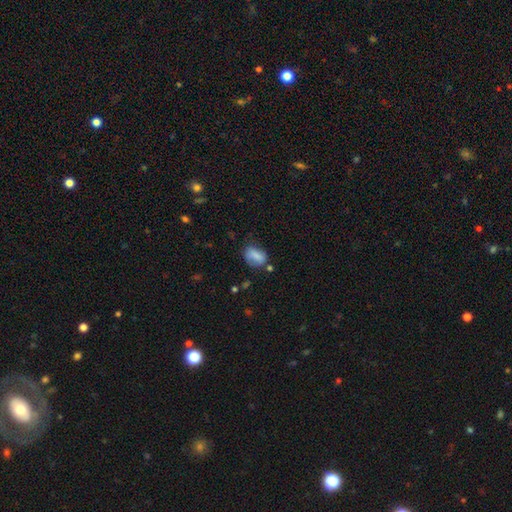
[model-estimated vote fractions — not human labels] Smooth or featured: smooth — 78% (featured or disk — 13%)
How rounded: in between — 78% (round — 20%)
Merging: none — 54% (minor disturbance — 29%)